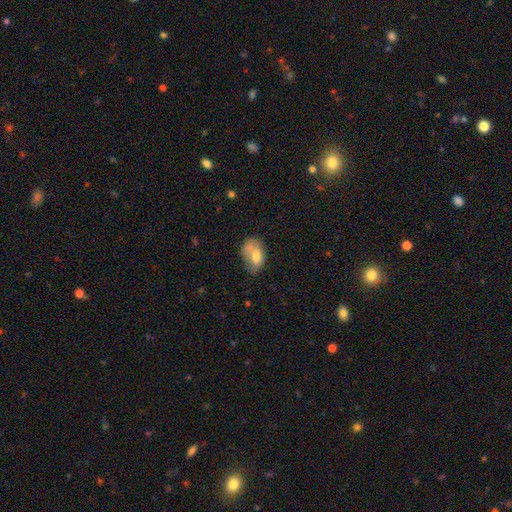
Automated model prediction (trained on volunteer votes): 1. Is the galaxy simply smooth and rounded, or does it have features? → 71% smooth, 20% featured or disk, 8% star or artifact.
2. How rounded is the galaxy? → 85% in between, 14% round, 2% cigar-shaped.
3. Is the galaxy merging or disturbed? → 35% none, 33% minor disturbance, 16% major disturbance, 16% merger.